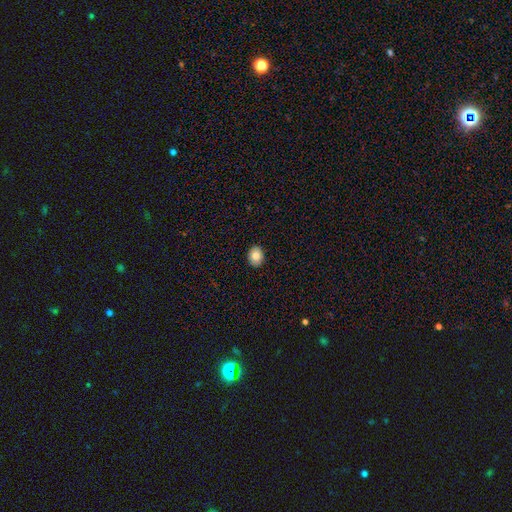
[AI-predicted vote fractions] Smooth or featured: smooth — 84% (star or artifact — 8%)
How rounded: in between — 52% (round — 47%)
Merging: none — 91% (minor disturbance — 7%)